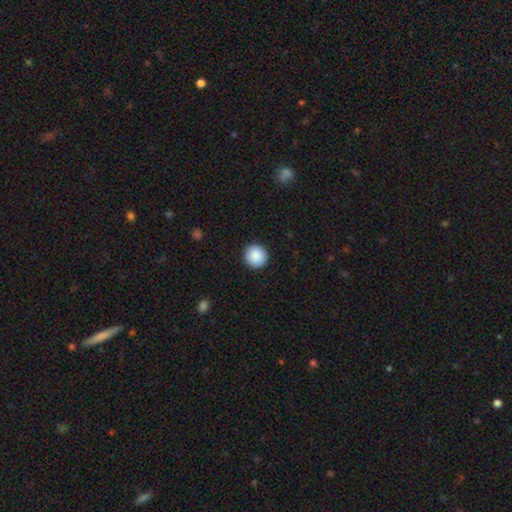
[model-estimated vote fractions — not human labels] Smooth or featured? Predicted: smooth (p=0.89). How rounded? Predicted: round (p=0.96). Merging? Predicted: none (p=0.93).